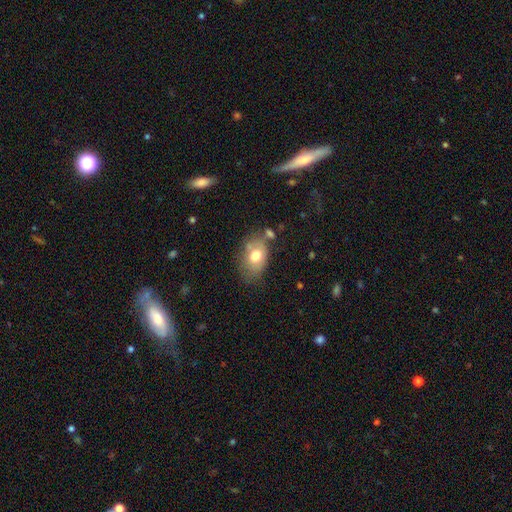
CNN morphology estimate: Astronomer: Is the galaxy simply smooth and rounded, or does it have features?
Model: smooth — 70%.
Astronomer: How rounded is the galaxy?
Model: in between — 78%.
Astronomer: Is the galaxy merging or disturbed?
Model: none — 55%.